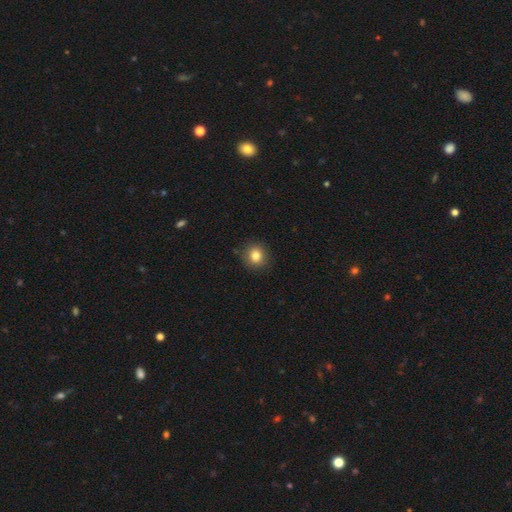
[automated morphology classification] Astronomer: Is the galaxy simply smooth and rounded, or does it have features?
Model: smooth — 83%.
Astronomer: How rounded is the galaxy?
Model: round — 84%.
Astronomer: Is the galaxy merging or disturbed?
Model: none — 88%.